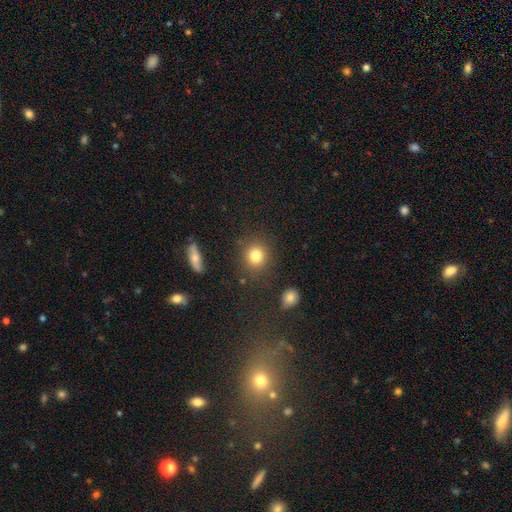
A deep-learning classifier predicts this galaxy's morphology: The model was most divided on "how rounded": round: 83%, in between: 15%, cigar-shaped: 1%. More confident: merging — none (84%); smooth or featured — smooth (81%).